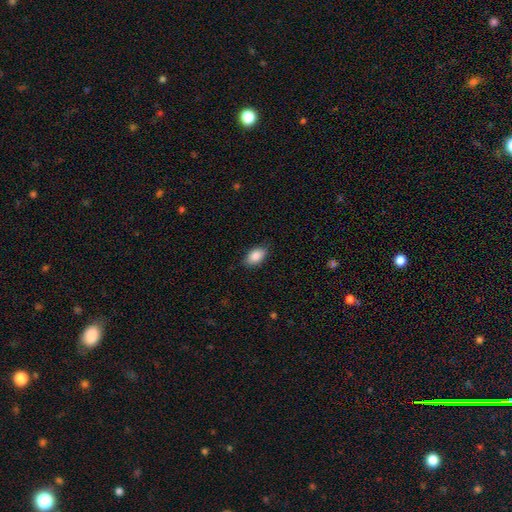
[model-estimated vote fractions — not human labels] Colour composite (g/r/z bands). It shows a smooth galaxy with no disk features (87%) that is in between round and cigar-shaped (92%). Merging: none (84%).